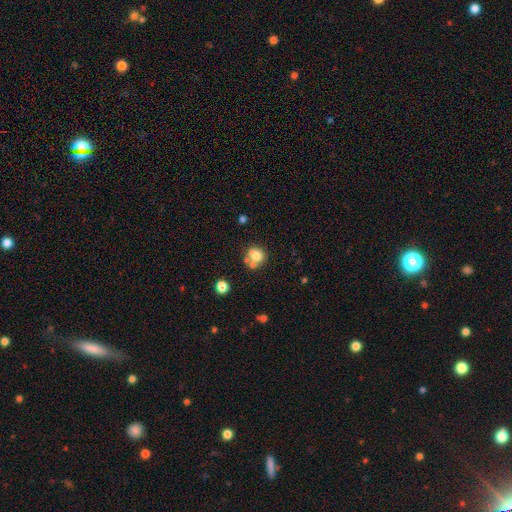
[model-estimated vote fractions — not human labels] Overall: smooth (74%). How rounded: round (59%; in between 40%). Merging: none (47%; merger 34%).